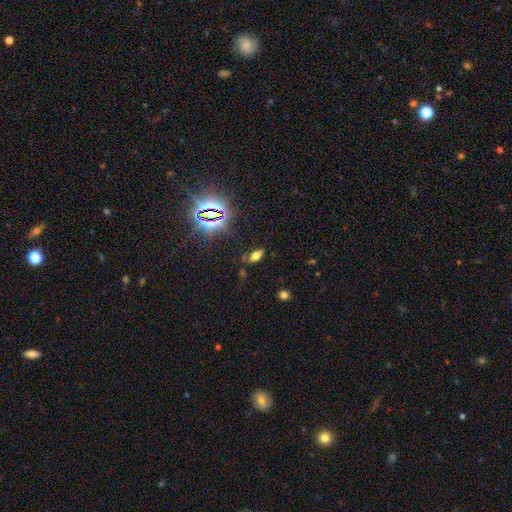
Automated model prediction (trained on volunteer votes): Overall: smooth (56%; star or artifact 27%). How rounded: in between (80%). Merging: none (80%).